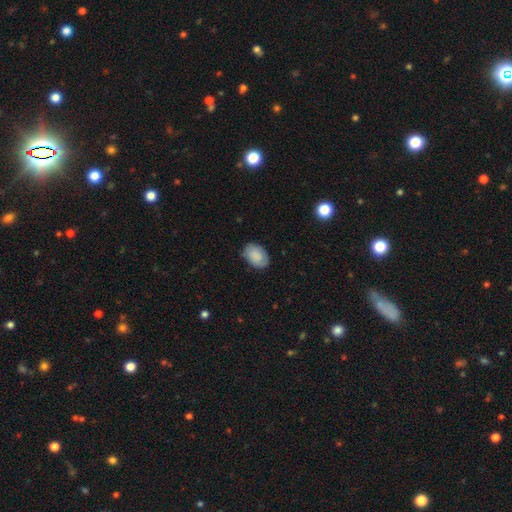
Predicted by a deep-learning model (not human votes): This is likely a smooth galaxy (76%). How rounded: clearly in between (85%). Merging: likely none (77%).